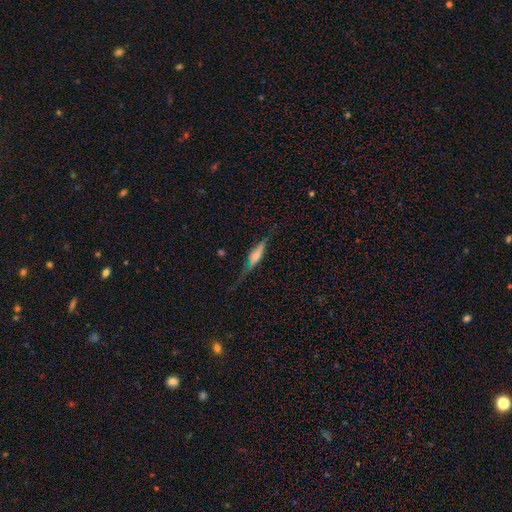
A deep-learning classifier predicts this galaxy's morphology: smooth_or_featured: featured or disk (p=0.62) [alt: smooth p=0.31]
disk_edge_on: yes (p=0.92) [alt: no p=0.08]
edge_on_bulge: rounded (p=0.66) [alt: boxy p=0.24]
merging: none (p=0.62) [alt: minor disturbance p=0.22]